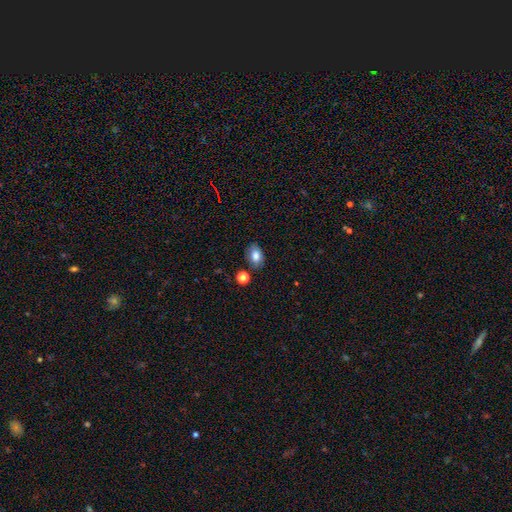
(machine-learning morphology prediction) smooth_or_featured: smooth (p=0.81) [alt: featured or disk p=0.10]
how_rounded: in between (p=0.82) [alt: round p=0.16]
merging: none (p=0.79) [alt: minor disturbance p=0.13]